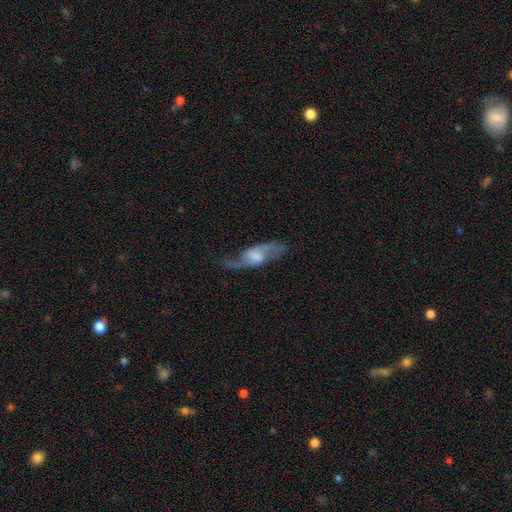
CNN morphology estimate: smooth_or_featured: featured or disk (p=0.77) [alt: smooth p=0.17]
disk_edge_on: no (p=0.85) [alt: yes p=0.15]
bar: weak (p=0.49) [alt: no p=0.37]
has_spiral_arms: yes (p=0.91) [alt: no p=0.09]
spiral_winding: loose (p=0.54) [alt: medium p=0.36]
spiral_arm_count: 2 (p=0.85) [alt: can't tell p=0.07]
bulge_size: moderate (p=0.47) [alt: small p=0.30]
merging: none (p=0.67) [alt: minor disturbance p=0.19]